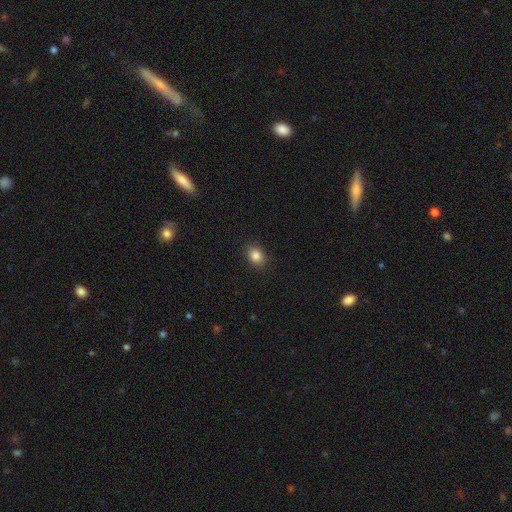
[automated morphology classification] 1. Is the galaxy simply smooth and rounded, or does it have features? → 85% smooth, 10% star or artifact, 5% featured or disk.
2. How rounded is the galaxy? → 57% in between, 42% round, 1% cigar-shaped.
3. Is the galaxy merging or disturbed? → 89% none, 8% minor disturbance, 2% major disturbance, 1% merger.